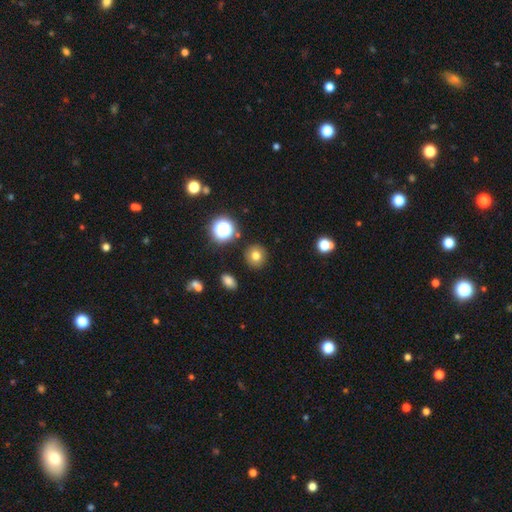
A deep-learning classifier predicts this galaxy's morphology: type=smooth (74%); roundness=round (89%); merging=none (88%).